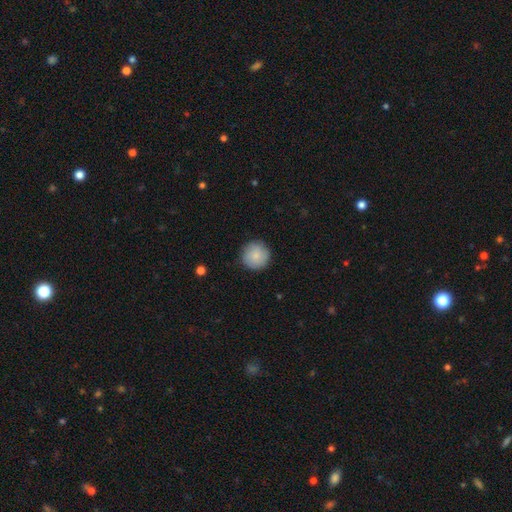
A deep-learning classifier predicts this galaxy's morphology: Smooth or featured? smooth (86%)
How rounded? round (96%)
Merging? none (89%)